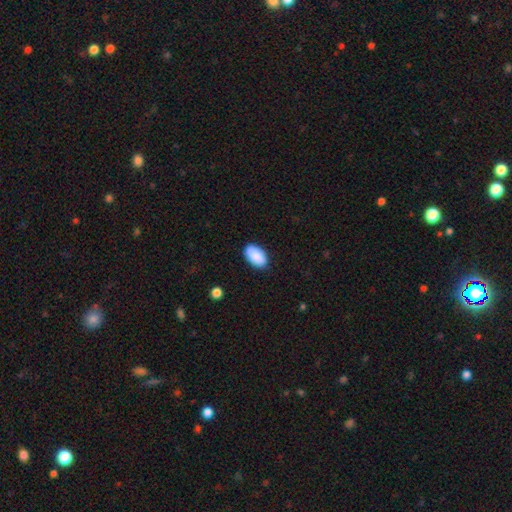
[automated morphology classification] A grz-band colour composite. It shows a smooth galaxy with no disk features (90%) that is in between round and cigar-shaped (94%). Merging: none (86%).